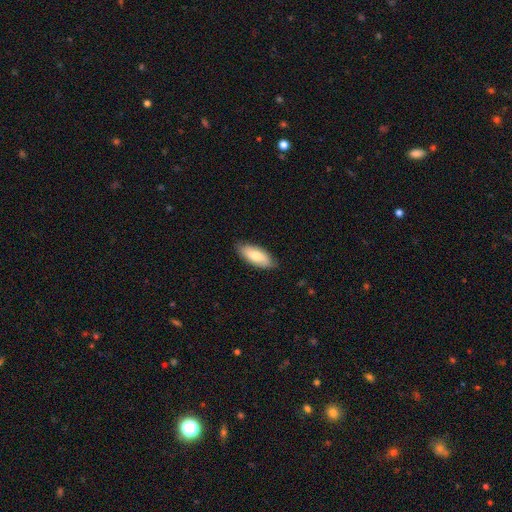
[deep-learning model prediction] Morphology: type=smooth (73%); roundness=in between (81%); merging=none (83%).